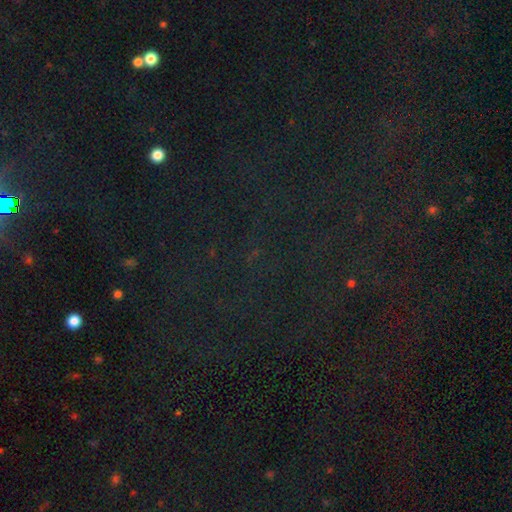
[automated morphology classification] A star or artifact, not a galaxy (82%).